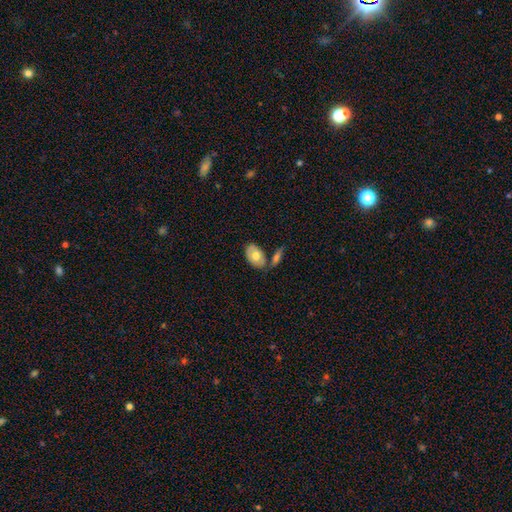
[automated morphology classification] smooth 68%, featured or disk 27%, star or artifact 6%. Down the decision tree: how rounded — in between (91%); merging — none (57%).